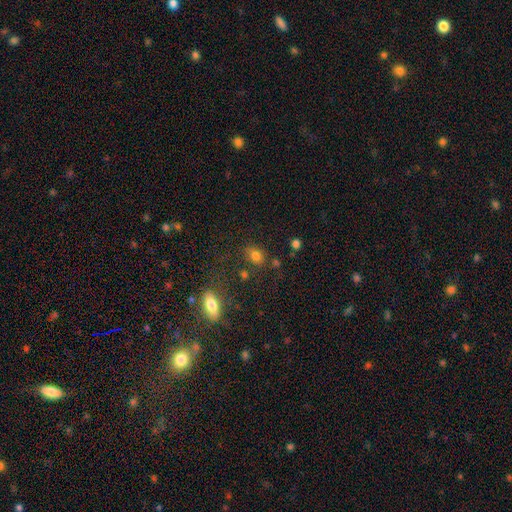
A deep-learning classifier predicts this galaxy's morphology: This is likely a smooth galaxy (78%). How rounded: possibly in between (55%). Merging: likely none (74%).